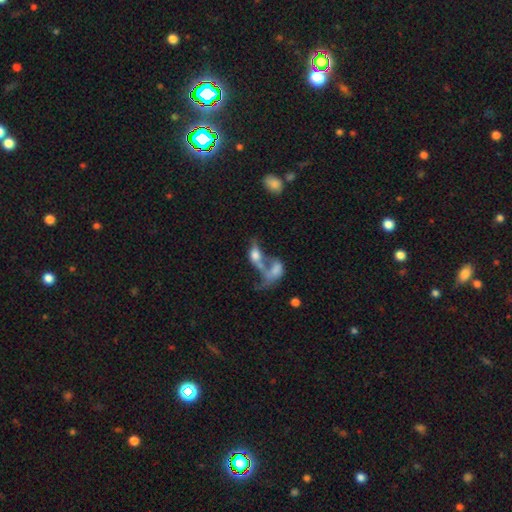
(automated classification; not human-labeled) Smooth or featured? smooth (49%)
Merging? merger (67%)